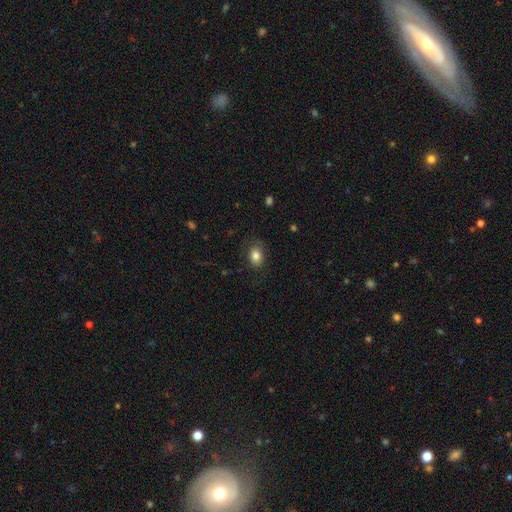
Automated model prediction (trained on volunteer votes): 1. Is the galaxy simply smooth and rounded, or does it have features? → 80% smooth, 11% featured or disk, 9% star or artifact.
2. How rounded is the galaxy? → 70% in between, 29% round, 1% cigar-shaped.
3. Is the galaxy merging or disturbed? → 73% none, 17% minor disturbance, 8% major disturbance, 1% merger.